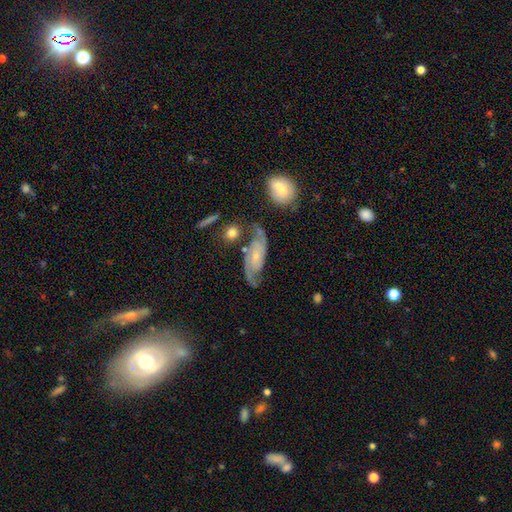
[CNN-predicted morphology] smooth-or-featured: featured or disk: 84% | smooth: 9% | star or artifact: 6%
  disk-edge-on: no: 95% | yes: 5%
    bar: no: 63% | weak: 28% | strong: 9%
    has-spiral-arms: yes: 97% | no: 3%
      spiral-winding: medium: 48% | loose: 27% | tight: 25%
      spiral-arm-count: 2: 90% | can't tell: 4% | 3: 2% | 1: 2% | 4: 1% | more than 4: 1%
    bulge-size: small: 67% | moderate: 23% | none: 6% | large: 2% | dominant: 1%
  merging: none: 67% | minor disturbance: 18% | major disturbance: 9% | merger: 7%